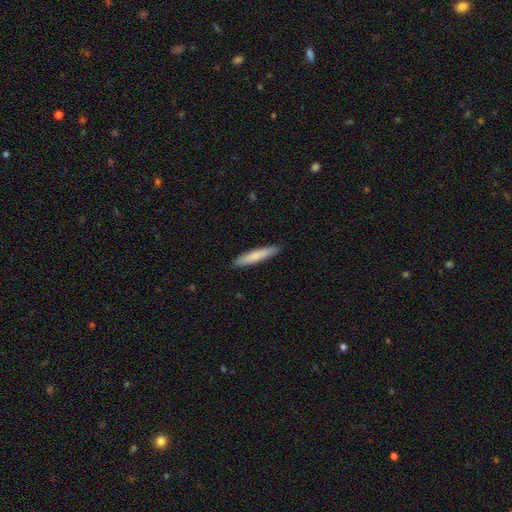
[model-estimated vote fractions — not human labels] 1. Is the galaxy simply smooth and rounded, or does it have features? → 79% smooth, 16% featured or disk, 5% star or artifact.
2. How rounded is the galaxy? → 90% cigar-shaped, 9% in between, 1% round.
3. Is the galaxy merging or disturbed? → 90% none, 7% minor disturbance, 1% major disturbance, 1% merger.